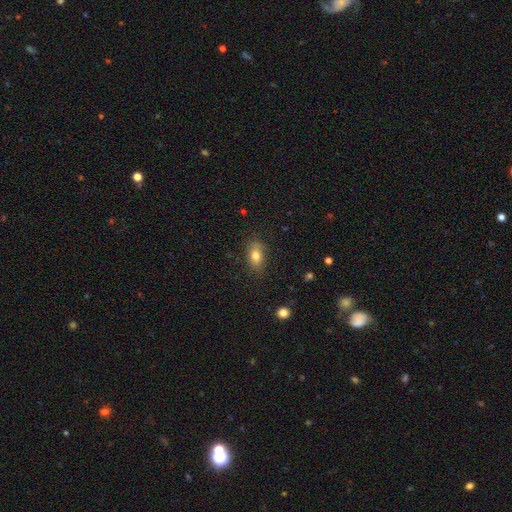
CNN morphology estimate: smooth-or-featured: smooth: 79% | featured or disk: 12% | star or artifact: 9%
  how-rounded: in between: 84% | round: 11% | cigar-shaped: 5%
  merging: none: 74% | minor disturbance: 20% | major disturbance: 5% | merger: 1%